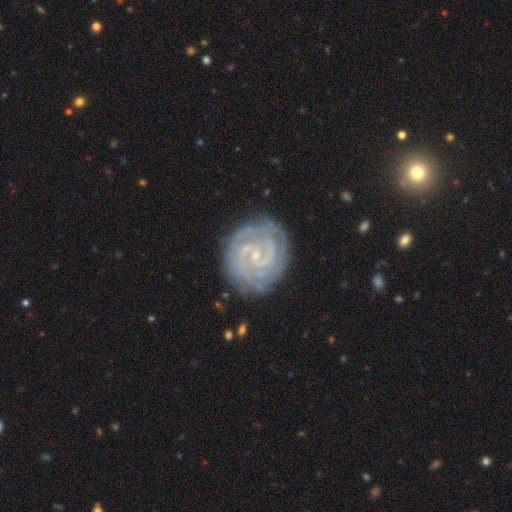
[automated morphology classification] featured or disk 89%, smooth 6%, star or artifact 5%. Down the decision tree: edge-on disk — no (98%); bar — weak (44%); spiral arms — yes (97%); spiral arm count — 2 (53%); spiral winding — tight (77%); bulge size — small (84%); merging — none (81%).